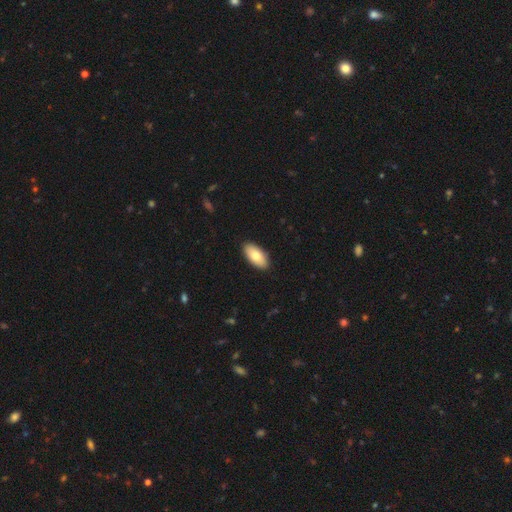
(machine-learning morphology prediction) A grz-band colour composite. It shows a smooth galaxy with no disk features (78%) that is in between round and cigar-shaped (92%). Merging: none (90%).